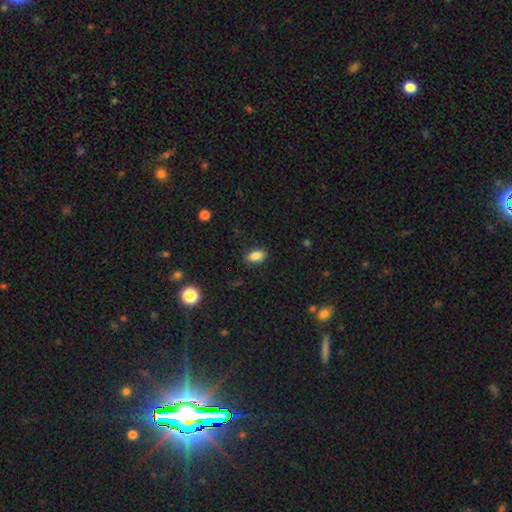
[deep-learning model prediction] Smooth or featured: smooth — 85% (star or artifact — 9%)
How rounded: in between — 88% (round — 8%)
Merging: none — 83% (minor disturbance — 13%)